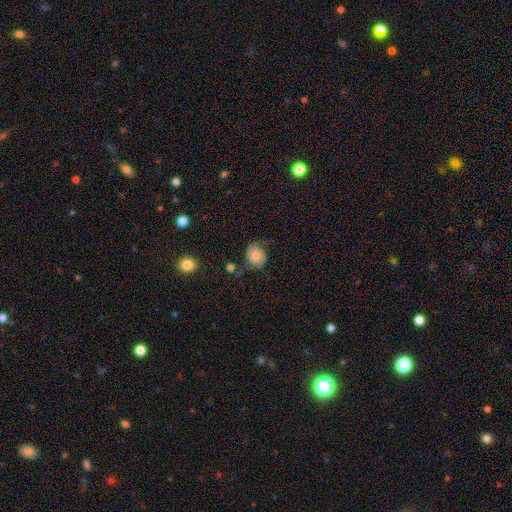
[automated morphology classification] Overall: smooth (57%; featured or disk 33%). How rounded: round (61%; in between 38%). Merging: none (53%; minor disturbance 29%).